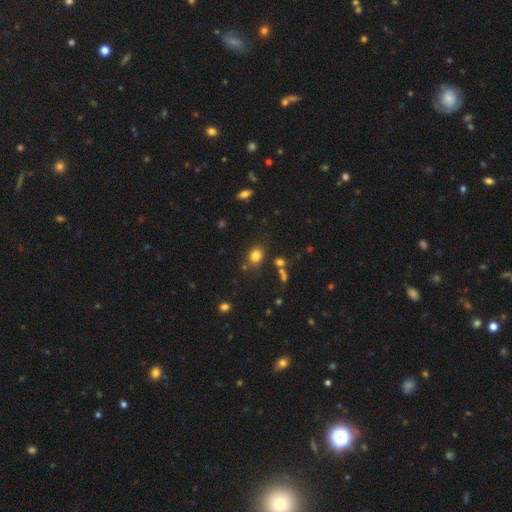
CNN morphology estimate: A smooth galaxy with no disk features (80%) that is round (53%).

Vote fractions:
- Smooth or featured? smooth: 80% / star or artifact: 13% / featured or disk: 7%
- How rounded? round: 53% / in between: 46% / cigar-shaped: 1%
- Merging? none: 77% / minor disturbance: 13% / merger: 7% / major disturbance: 4%